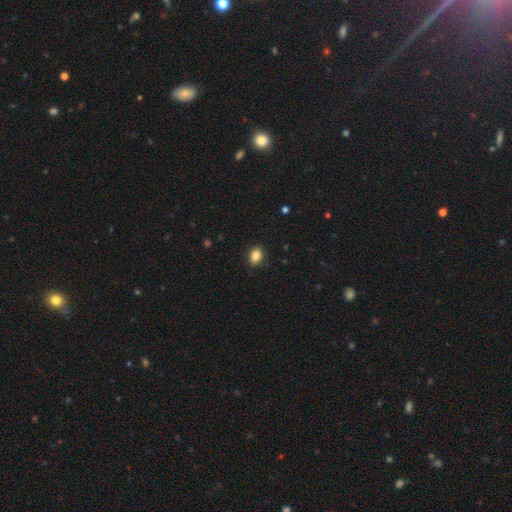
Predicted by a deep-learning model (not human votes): Morphology: type=smooth (87%); roundness=in between (74%); merging=none (89%).